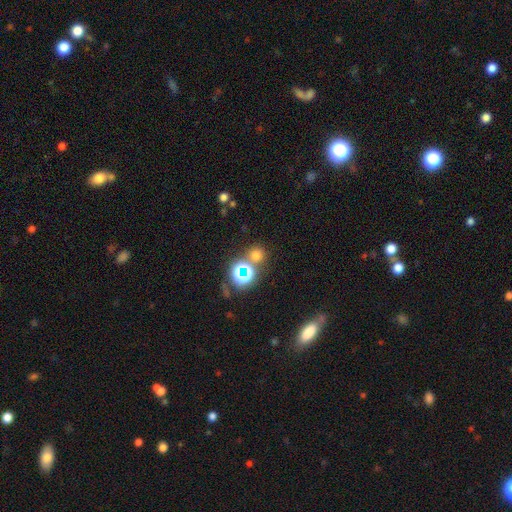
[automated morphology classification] smooth_or_featured: smooth (p=0.63) [alt: star or artifact p=0.30]
how_rounded: round (p=0.90) [alt: in between p=0.09]
merging: none (p=0.73) [alt: merger p=0.15]